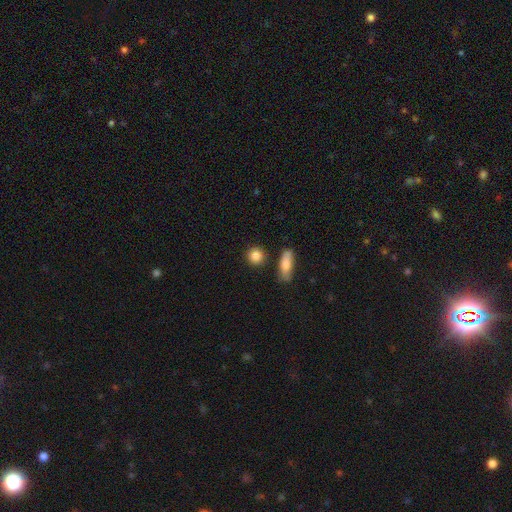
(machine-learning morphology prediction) Smooth or featured? smooth (86%)
How rounded? round (86%)
Merging? none (85%)